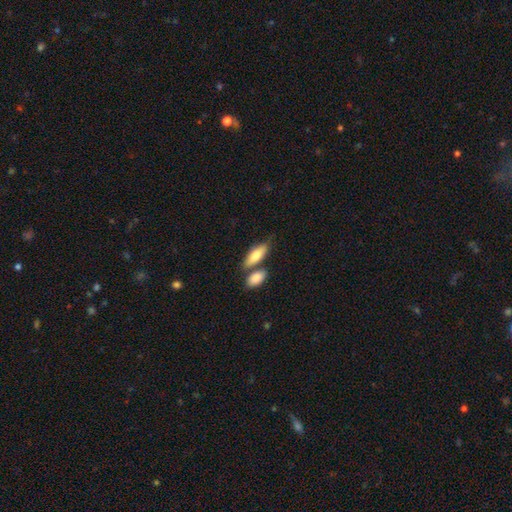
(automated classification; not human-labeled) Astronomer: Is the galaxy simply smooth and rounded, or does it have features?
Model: smooth — 77%.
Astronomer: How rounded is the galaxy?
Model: in between — 74%.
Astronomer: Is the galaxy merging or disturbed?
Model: none — 52% (runner-up: merger, 32%).